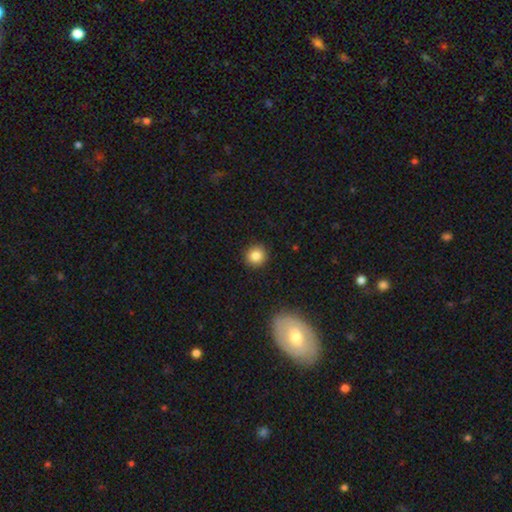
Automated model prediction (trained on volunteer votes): Smooth or featured?
  - smooth: 84% *
  - star or artifact: 10%
  - featured or disk: 6%
How rounded?
  - round: 92% *
  - in between: 7%
  - cigar-shaped: 1%
Merging?
  - none: 91% *
  - minor disturbance: 6%
  - major disturbance: 2%
  - merger: 1%